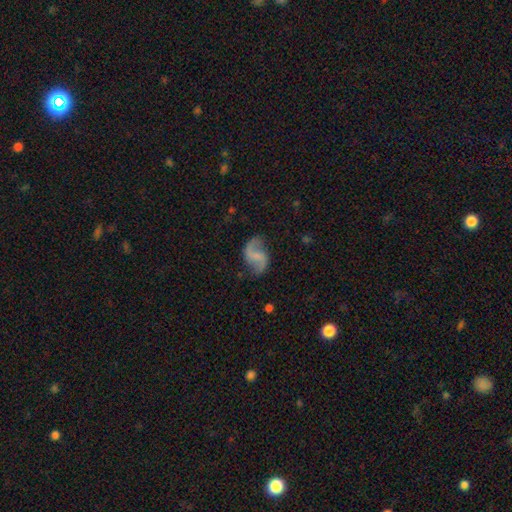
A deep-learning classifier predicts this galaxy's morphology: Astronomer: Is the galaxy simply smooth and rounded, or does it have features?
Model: featured or disk — 79%.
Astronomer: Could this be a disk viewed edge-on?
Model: no — 98%.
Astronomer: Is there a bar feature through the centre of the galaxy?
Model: weak — 48% (runner-up: no, 32%).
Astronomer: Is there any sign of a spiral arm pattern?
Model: yes — 94%.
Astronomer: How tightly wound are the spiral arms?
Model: loose — 70%.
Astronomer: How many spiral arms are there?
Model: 2 — 92%.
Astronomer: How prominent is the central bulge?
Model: none — 59%.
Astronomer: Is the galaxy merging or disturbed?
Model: none — 76%.